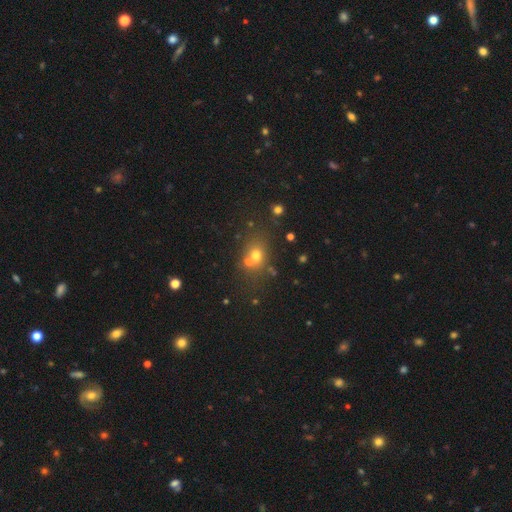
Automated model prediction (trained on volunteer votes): A smooth galaxy with no disk features (62%) that is round (63%).

Vote fractions:
- Smooth or featured? smooth: 62% / star or artifact: 23% / featured or disk: 15%
- How rounded? round: 63% / in between: 35% / cigar-shaped: 1%
- Merging? none: 53% / merger: 30% / minor disturbance: 11% / major disturbance: 5%